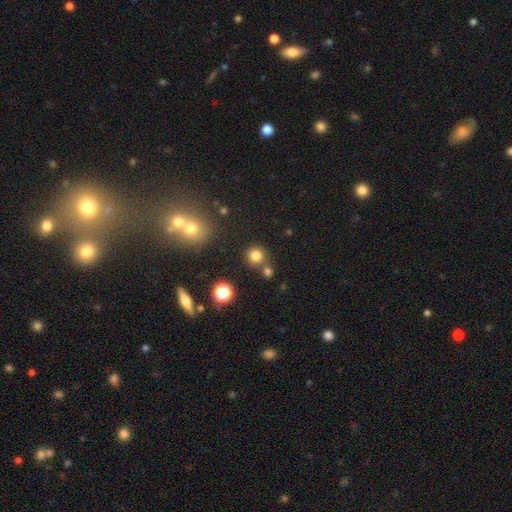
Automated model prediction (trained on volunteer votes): smooth 78%, star or artifact 16%, featured or disk 6%. Down the decision tree: how rounded — round (92%); merging — none (75%).